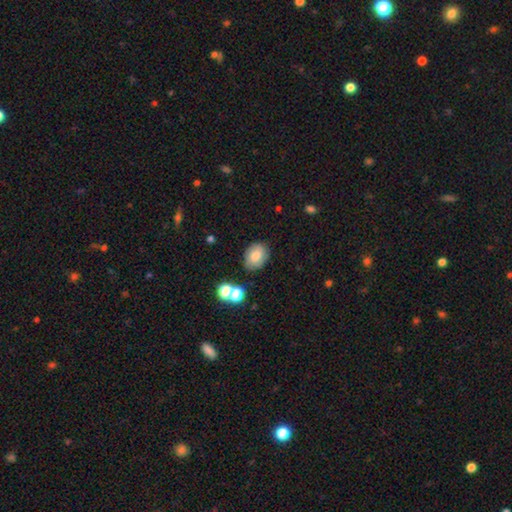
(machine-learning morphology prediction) Overall: smooth (74%). How rounded: in between (65%; round 34%). Merging: none (79%).